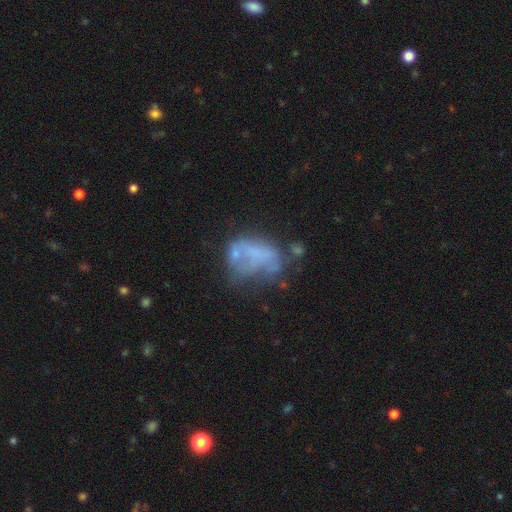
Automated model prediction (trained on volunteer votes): Morphology: type=featured or disk (50%); merging=major disturbance (30%).